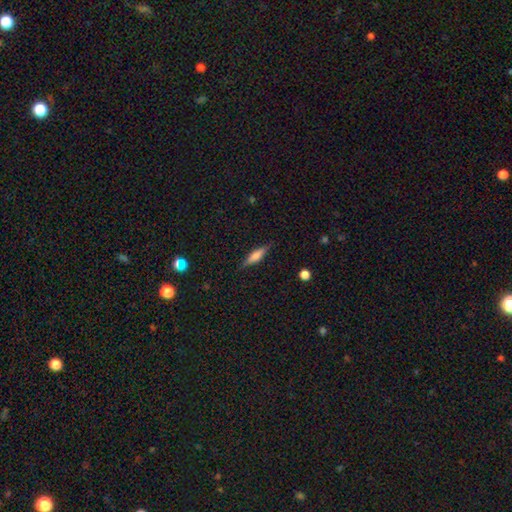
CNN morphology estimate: smooth-or-featured: smooth: 51% | featured or disk: 41% | star or artifact: 8%
  how-rounded: cigar-shaped: 68% | in between: 30% | round: 3%
  merging: none: 85% | minor disturbance: 11% | major disturbance: 3% | merger: 1%